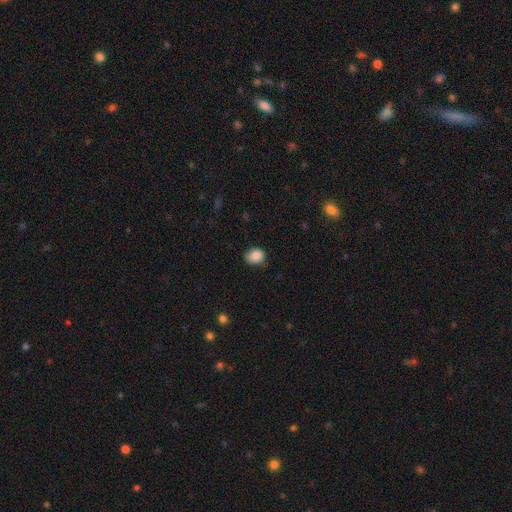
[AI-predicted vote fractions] This is clearly a smooth galaxy (88%). How rounded: possibly round (56%). Merging: likely none (70%).